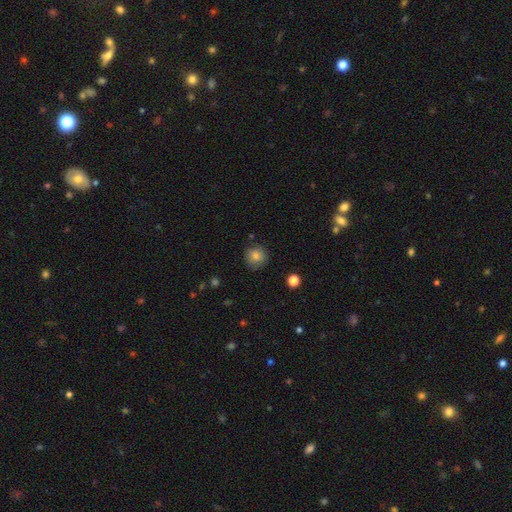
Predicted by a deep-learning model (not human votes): Overall: smooth (83%). How rounded: round (91%). Merging: none (83%).